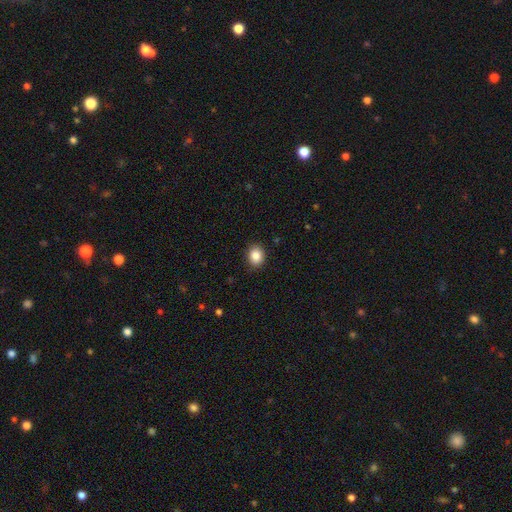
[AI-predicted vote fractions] smooth-or-featured: smooth: 86% | star or artifact: 9% | featured or disk: 4%
  how-rounded: round: 53% | in between: 46% | cigar-shaped: 1%
  merging: none: 89% | minor disturbance: 8% | major disturbance: 2% | merger: 1%